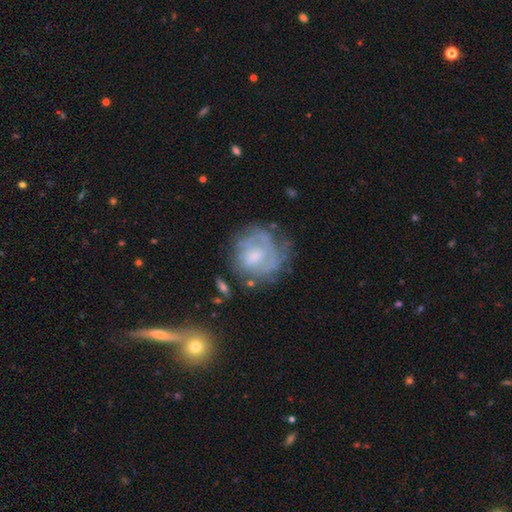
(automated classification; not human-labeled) Smooth or featured: featured or disk — 62% (smooth — 29%)
Edge-on disk: no — 97% (yes — 3%)
Bar: no — 59% (weak — 35%)
Spiral arms: yes — 62% (no — 38%)
Bulge size: moderate — 39% (small — 37%)
Merging: none — 56% (minor disturbance — 23%)